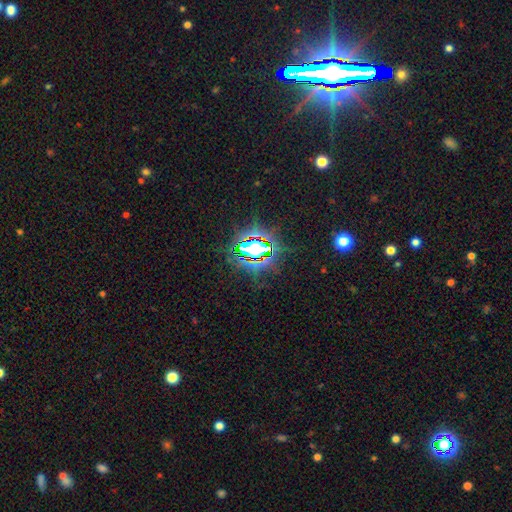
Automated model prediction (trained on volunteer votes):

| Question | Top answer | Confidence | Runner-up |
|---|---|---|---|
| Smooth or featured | star or artifact | 80% | smooth (11%) |